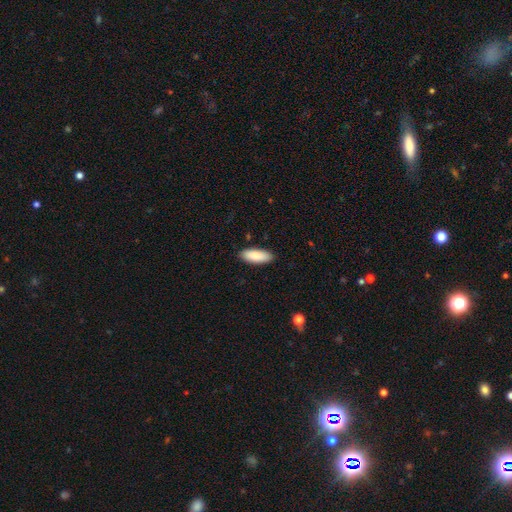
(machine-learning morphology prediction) Smooth or featured: smooth — 84% (featured or disk — 10%)
How rounded: in between — 77% (cigar-shaped — 22%)
Merging: none — 89% (minor disturbance — 8%)